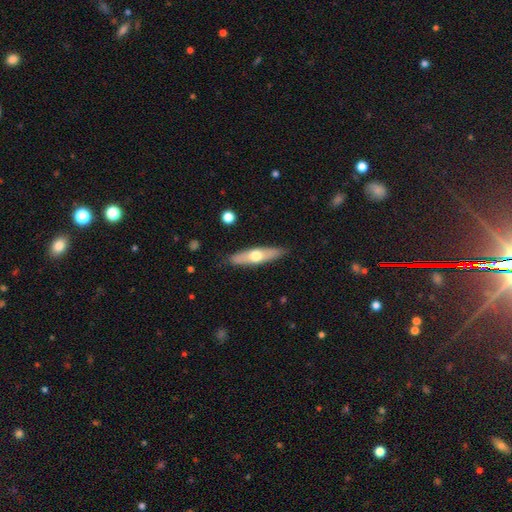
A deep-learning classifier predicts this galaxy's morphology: Q: Smooth or featured?
A: smooth (50%); runner-up: featured or disk (45%)
Q: Merging?
A: none (87%); runner-up: minor disturbance (10%)